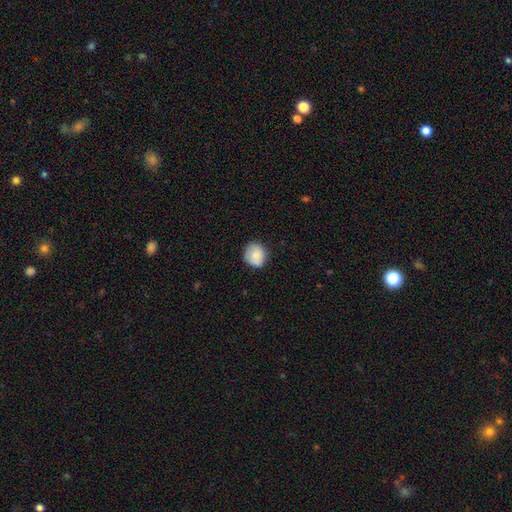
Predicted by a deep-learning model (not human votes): Smooth or featured?
  - smooth: 85% *
  - featured or disk: 8%
  - star or artifact: 7%
How rounded?
  - round: 83% *
  - in between: 16%
  - cigar-shaped: 1%
Merging?
  - none: 81% *
  - minor disturbance: 15%
  - major disturbance: 3%
  - merger: 1%